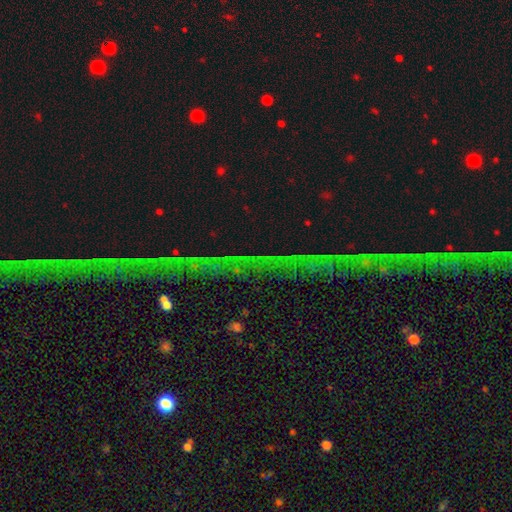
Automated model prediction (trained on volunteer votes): Smooth or featured?
  - star or artifact: 78% *
  - featured or disk: 12%
  - smooth: 10%